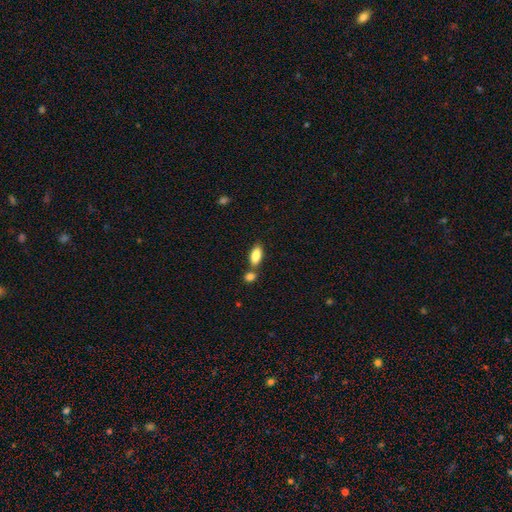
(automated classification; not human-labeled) Smooth or featured: smooth — 85% (featured or disk — 8%)
How rounded: in between — 87% (cigar-shaped — 9%)
Merging: none — 61% (merger — 25%)